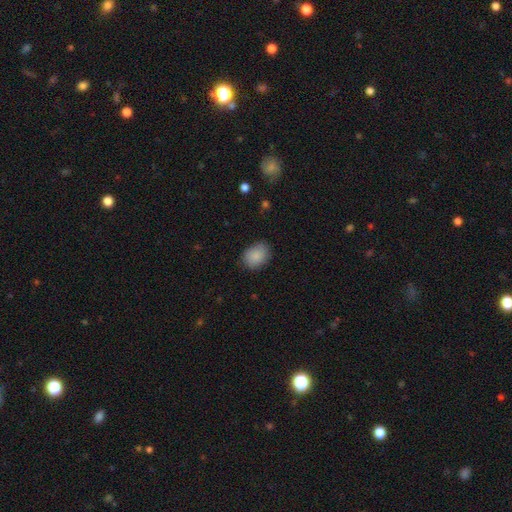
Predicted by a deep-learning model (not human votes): Q: Smooth or featured?
A: smooth (88%); runner-up: star or artifact (7%)
Q: How rounded?
A: in between (64%); runner-up: round (35%)
Q: Merging?
A: none (79%); runner-up: minor disturbance (16%)